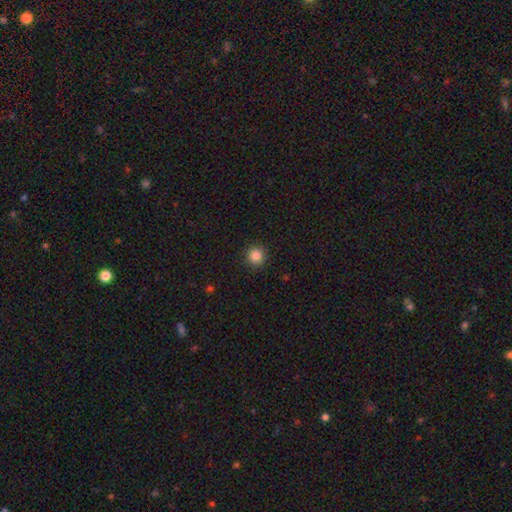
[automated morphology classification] Smooth or featured: smooth — 85% (star or artifact — 11%)
How rounded: round — 94% (in between — 5%)
Merging: none — 92% (minor disturbance — 5%)